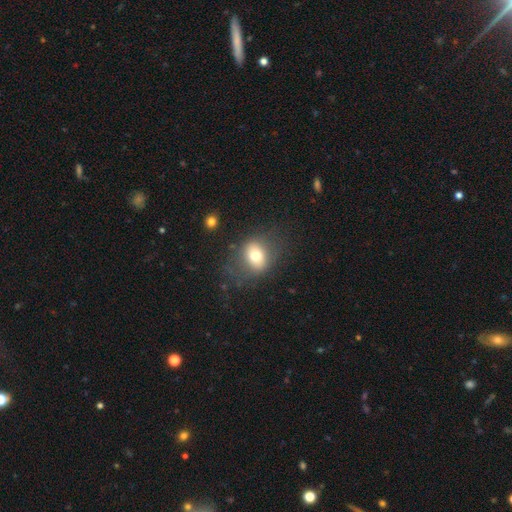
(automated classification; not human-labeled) Smooth or featured? smooth (69%)
How rounded? round (53%)
Merging? none (67%)